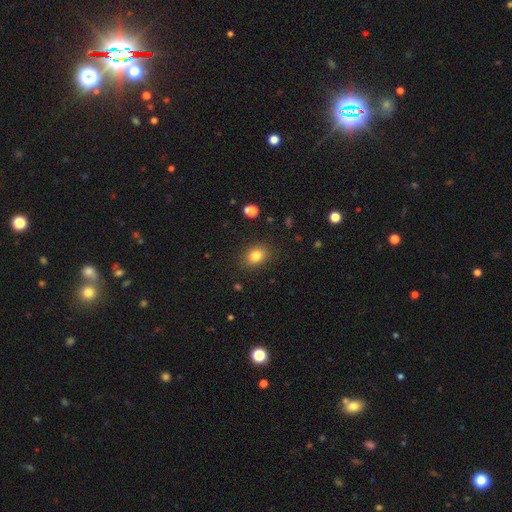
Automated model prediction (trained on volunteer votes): Morphology: type=smooth (82%); roundness=in between (67%); merging=none (86%).